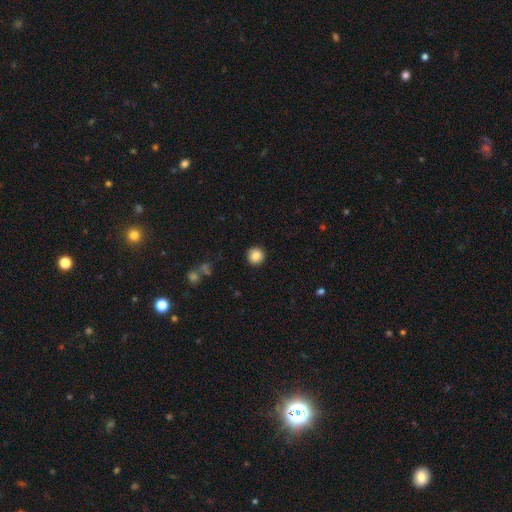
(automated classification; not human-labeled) smooth-or-featured: smooth: 87% | star or artifact: 9% | featured or disk: 4%
  how-rounded: round: 94% | in between: 5% | cigar-shaped: 1%
  merging: none: 92% | minor disturbance: 5% | major disturbance: 2% | merger: 1%